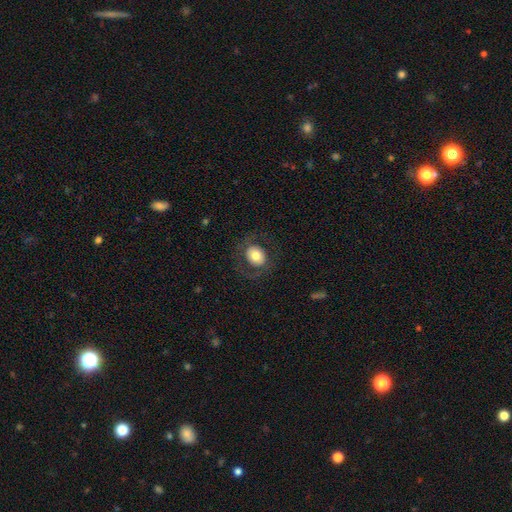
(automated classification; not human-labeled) Smooth or featured? Predicted: smooth (p=0.69). How rounded? Predicted: round (p=0.57). Merging? Predicted: none (p=0.76).